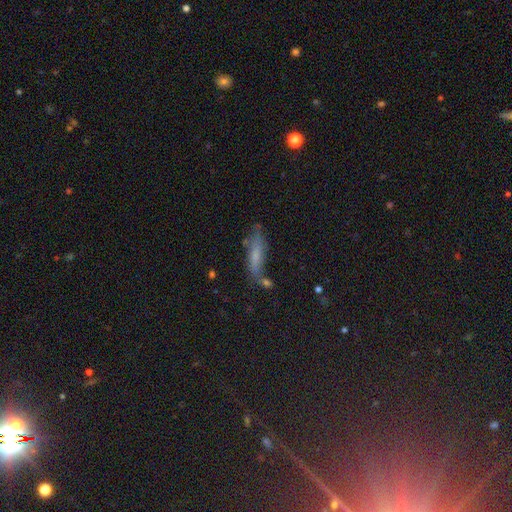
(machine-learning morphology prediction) A smooth galaxy with no disk features (58%) that is cigar-shaped (67%).

Vote fractions:
- Smooth or featured? smooth: 58% / featured or disk: 29% / star or artifact: 13%
- How rounded? cigar-shaped: 67% / in between: 30% / round: 3%
- Merging? none: 60% / minor disturbance: 21% / merger: 10% / major disturbance: 8%